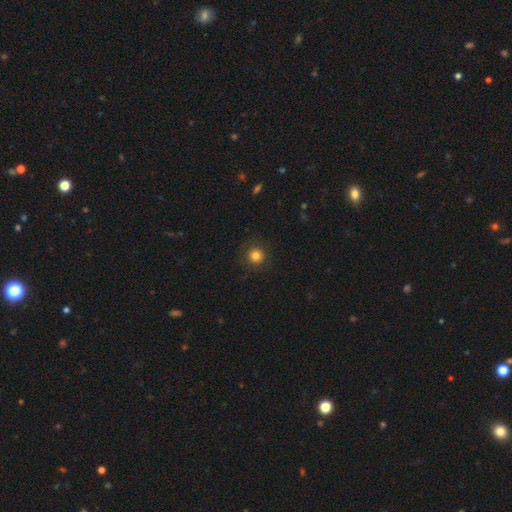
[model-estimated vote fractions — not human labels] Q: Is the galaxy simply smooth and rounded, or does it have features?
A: smooth — 81%.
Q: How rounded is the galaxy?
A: round — 95%.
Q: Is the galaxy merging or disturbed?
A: none — 87%.